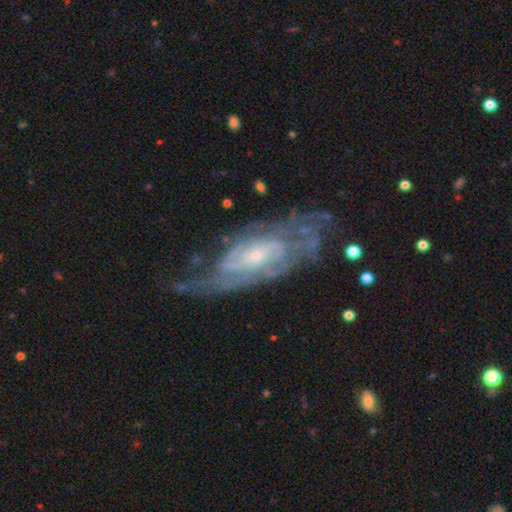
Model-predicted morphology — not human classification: smooth-or-featured: featured or disk: 85% | smooth: 8% | star or artifact: 6%
  disk-edge-on: no: 91% | yes: 9%
    bar: no: 58% | weak: 32% | strong: 9%
    has-spiral-arms: yes: 93% | no: 7%
      spiral-winding: tight: 57% | medium: 33% | loose: 10%
      spiral-arm-count: can't tell: 40% | 2: 29% | 3: 13% | 4: 8% | 1: 5% | more than 4: 5%
    bulge-size: small: 72% | moderate: 21% | none: 4% | large: 2% | dominant: 1%
  merging: none: 61% | minor disturbance: 21% | major disturbance: 15% | merger: 2%